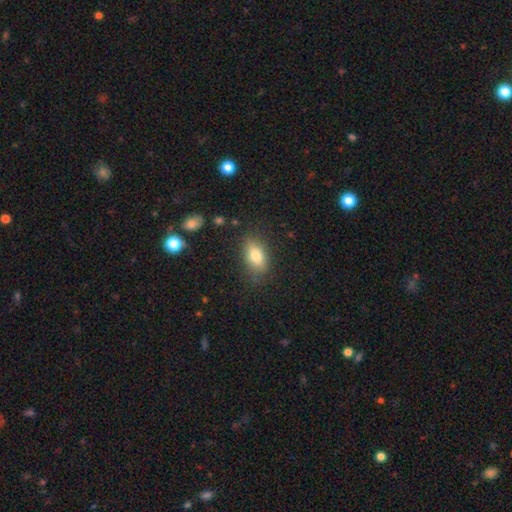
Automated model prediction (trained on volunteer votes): Smooth or featured? Predicted: smooth (p=0.78). How rounded? Predicted: in between (p=0.86). Merging? Predicted: none (p=0.81).